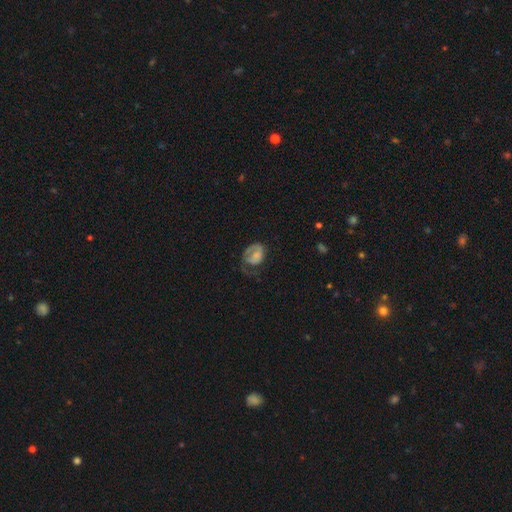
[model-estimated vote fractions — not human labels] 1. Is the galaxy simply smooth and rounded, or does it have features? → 47% featured or disk, 45% smooth, 8% star or artifact.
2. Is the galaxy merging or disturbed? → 43% major disturbance, 31% none, 24% minor disturbance, 2% merger.